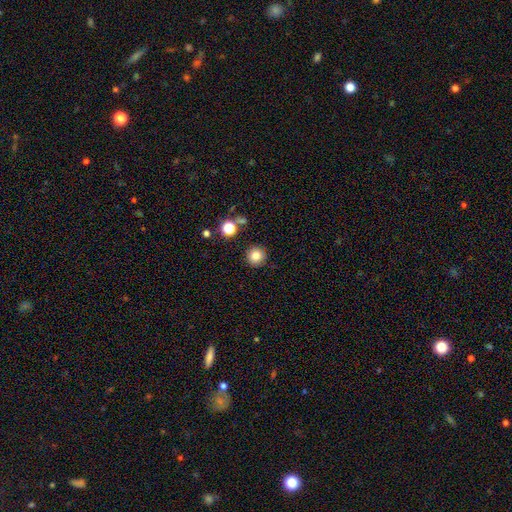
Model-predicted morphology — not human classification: Q: Smooth or featured?
A: smooth (81%); runner-up: star or artifact (12%)
Q: How rounded?
A: round (95%); runner-up: in between (4%)
Q: Merging?
A: none (90%); runner-up: minor disturbance (6%)